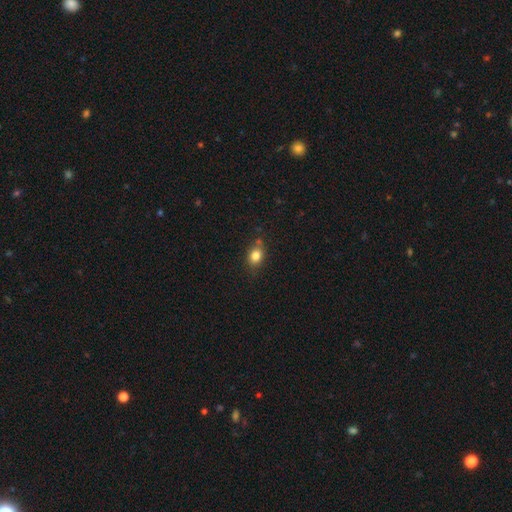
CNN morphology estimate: type=smooth (82%); roundness=in between (58%); merging=none (73%).